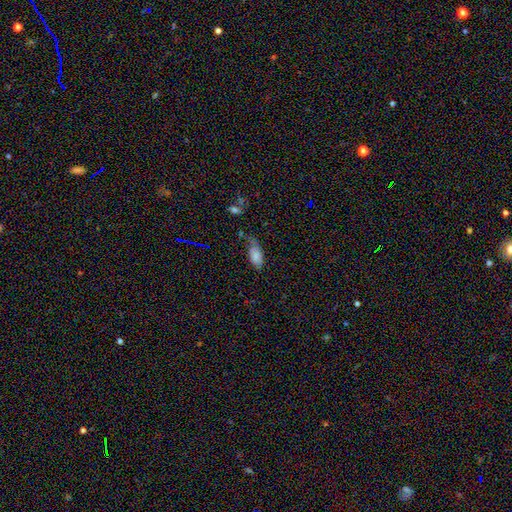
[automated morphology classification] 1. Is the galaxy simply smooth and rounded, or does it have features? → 73% smooth, 17% featured or disk, 10% star or artifact.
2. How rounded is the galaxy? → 89% in between, 8% cigar-shaped, 3% round.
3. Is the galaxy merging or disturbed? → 39% none, 36% minor disturbance, 19% major disturbance, 6% merger.